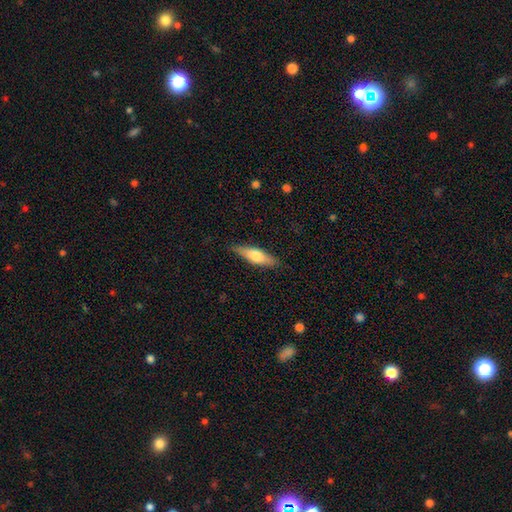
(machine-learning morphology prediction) smooth-or-featured: smooth: 62% | featured or disk: 32% | star or artifact: 6%
  how-rounded: cigar-shaped: 56% | in between: 42% | round: 2%
  merging: none: 85% | minor disturbance: 12% | major disturbance: 2% | merger: 1%